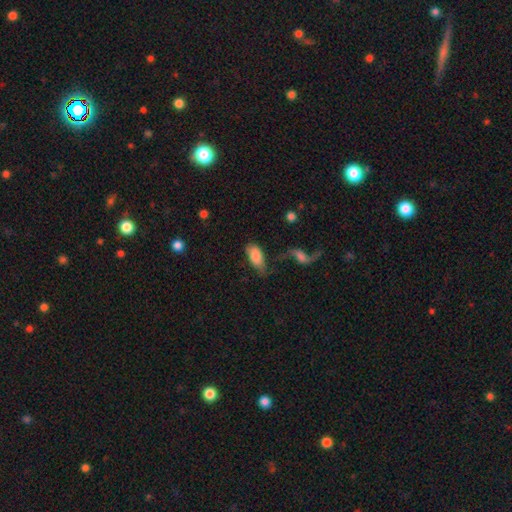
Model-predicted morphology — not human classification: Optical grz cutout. It shows a smooth galaxy with no disk features (79%) that is in between round and cigar-shaped (91%). Merging: none (46%).